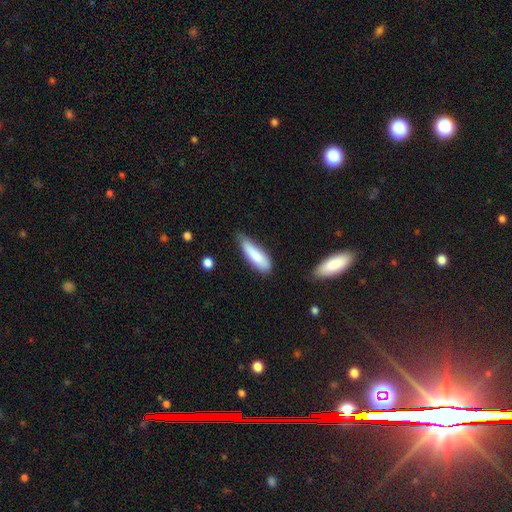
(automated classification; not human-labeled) This appears to be a smooth galaxy with no disk features (82%) that is cigar-shaped (59%). Merging: none (57%).